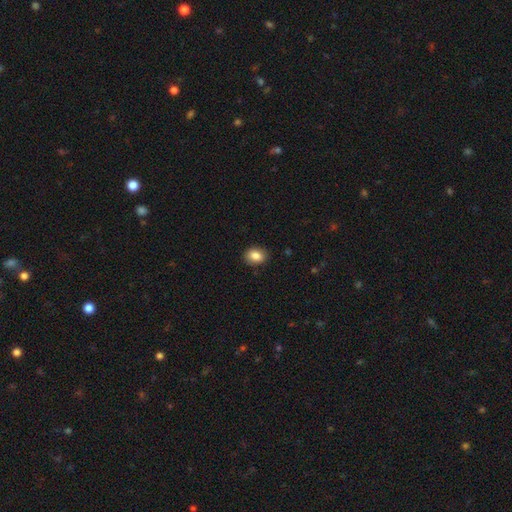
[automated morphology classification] smooth-or-featured: smooth: 86% | star or artifact: 8% | featured or disk: 6%
  how-rounded: in between: 62% | round: 37% | cigar-shaped: 1%
  merging: none: 88% | minor disturbance: 9% | major disturbance: 2% | merger: 1%